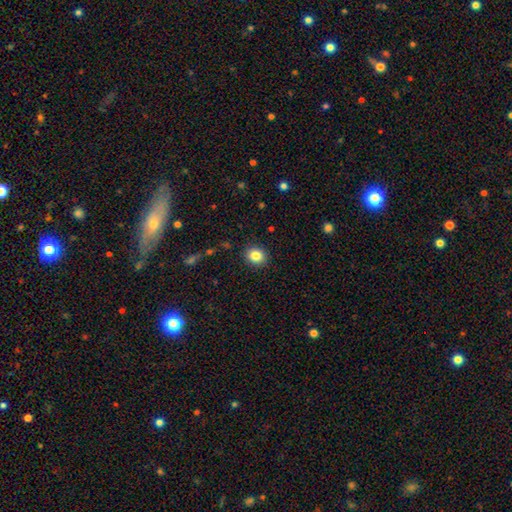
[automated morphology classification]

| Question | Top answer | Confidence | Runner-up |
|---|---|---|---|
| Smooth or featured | smooth | 84% | star or artifact (10%) |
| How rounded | round | 65% | in between (34%) |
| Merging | none | 89% | minor disturbance (7%) |